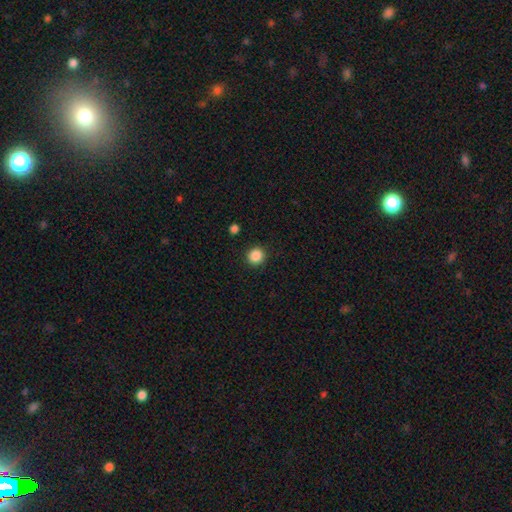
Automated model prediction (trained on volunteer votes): Overall: smooth (87%). How rounded: round (92%). Merging: none (92%).